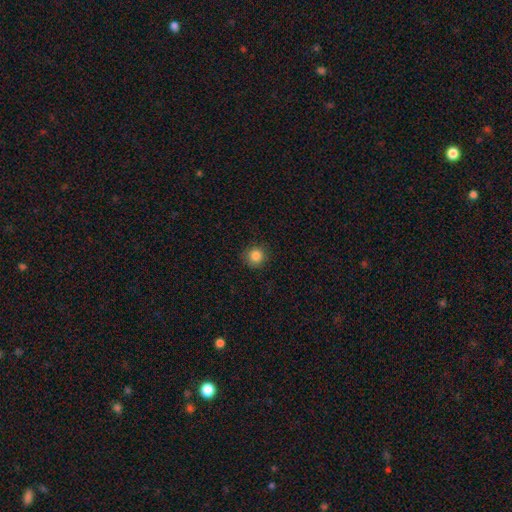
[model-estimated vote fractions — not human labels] smooth-or-featured: smooth: 85% | star or artifact: 11% | featured or disk: 4%
  how-rounded: round: 93% | in between: 6% | cigar-shaped: 1%
  merging: none: 89% | minor disturbance: 8% | major disturbance: 2% | merger: 1%